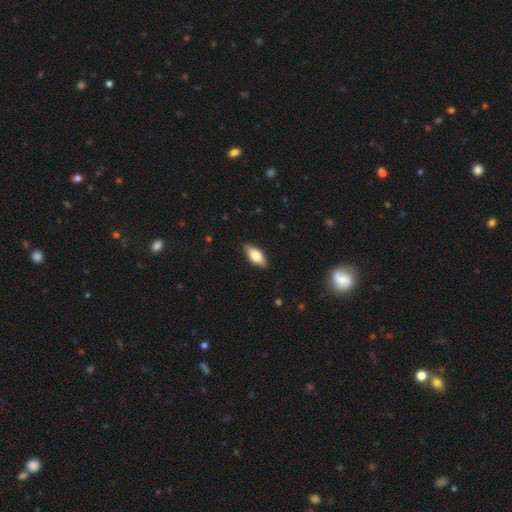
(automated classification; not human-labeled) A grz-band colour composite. It shows a smooth galaxy with no disk features (72%) that is in between round and cigar-shaped (84%). Merging: none (86%).